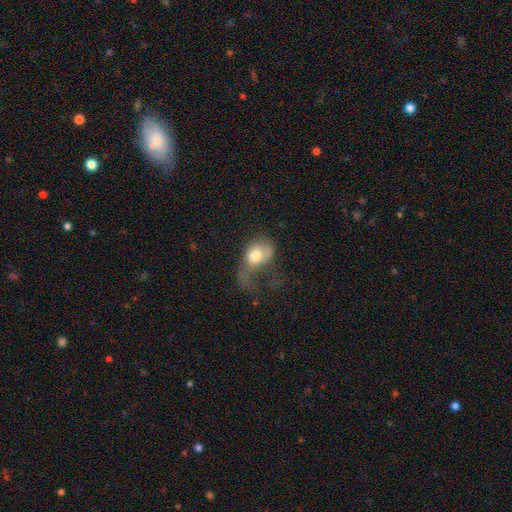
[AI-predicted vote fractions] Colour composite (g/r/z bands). It shows a smooth galaxy with no disk features (65%) that is in between round and cigar-shaped (71%). Merging: major disturbance (64%).